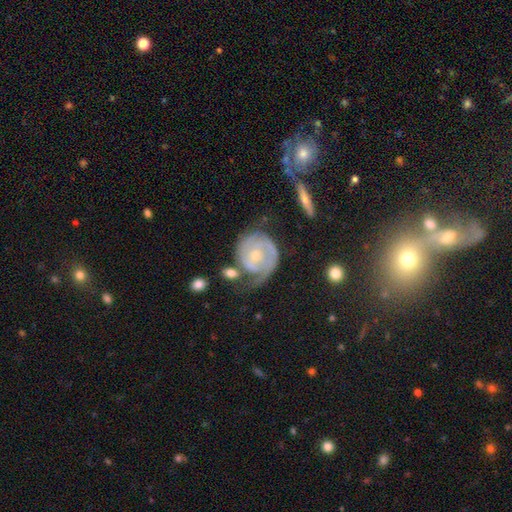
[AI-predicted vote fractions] Smooth or featured? featured or disk (82%)
Edge-on disk? no (97%)
Bar? no (72%)
Spiral arms? yes (93%)
Spiral winding? tight (60%)
Spiral arm count? 2 (50%)
Bulge size? small (64%)
Merging? none (48%)